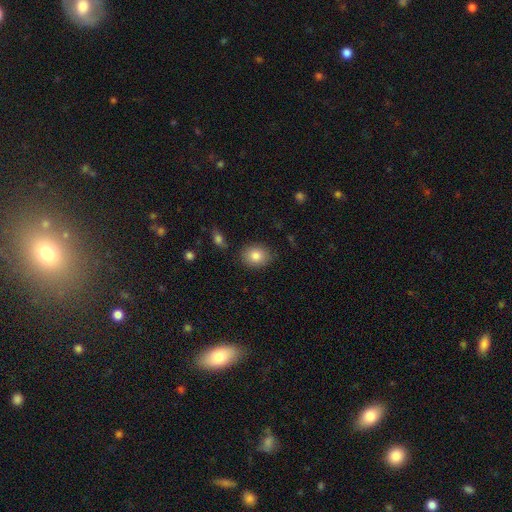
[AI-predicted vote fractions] This appears to be a smooth galaxy with no disk features (84%) that is round (55%). Merging: none (84%).